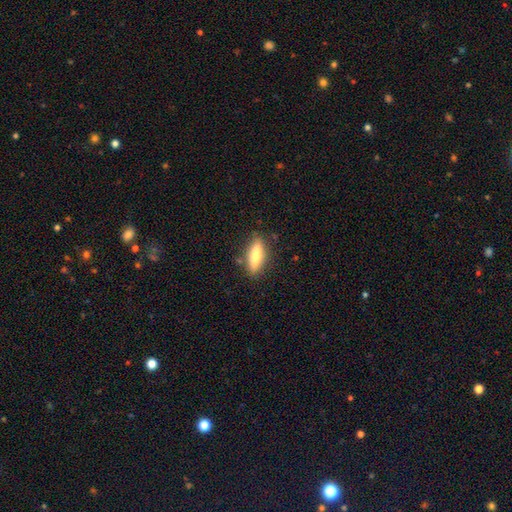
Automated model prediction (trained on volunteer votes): smooth_or_featured: smooth (p=0.69) [alt: featured or disk p=0.24]
how_rounded: cigar-shaped (p=0.51) [alt: in between p=0.47]
merging: none (p=0.83) [alt: minor disturbance p=0.12]